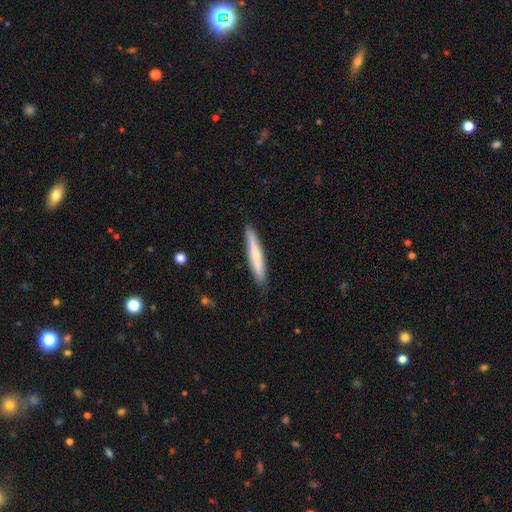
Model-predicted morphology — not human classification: smooth_or_featured: smooth (p=0.62) [alt: featured or disk p=0.33]
how_rounded: cigar-shaped (p=0.94) [alt: in between p=0.05]
merging: none (p=0.89) [alt: minor disturbance p=0.09]